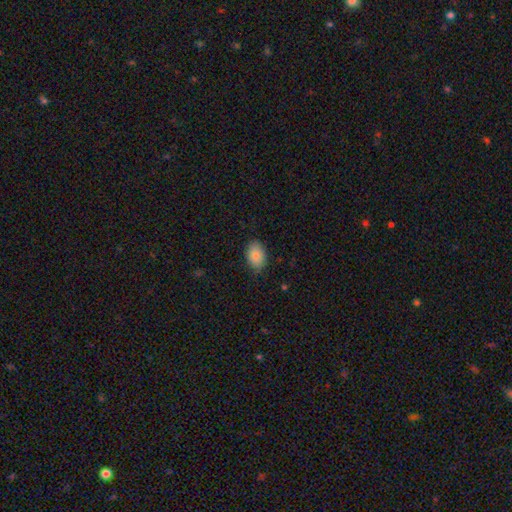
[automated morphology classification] Smooth or featured? Predicted: smooth (p=0.86). How rounded? Predicted: in between (p=0.84). Merging? Predicted: none (p=0.82).